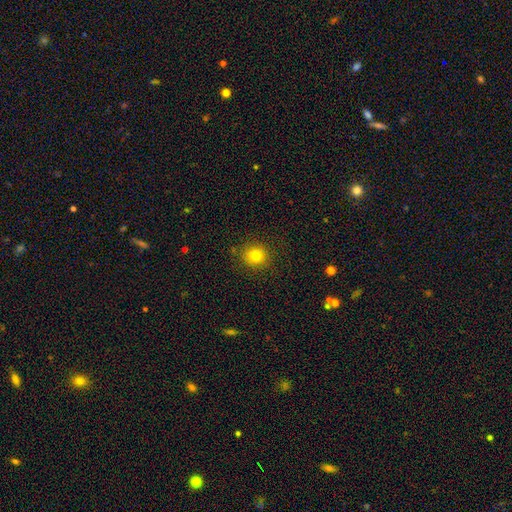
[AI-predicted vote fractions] A smooth galaxy with no disk features (80%) that is round (89%). Merging: none (88%).